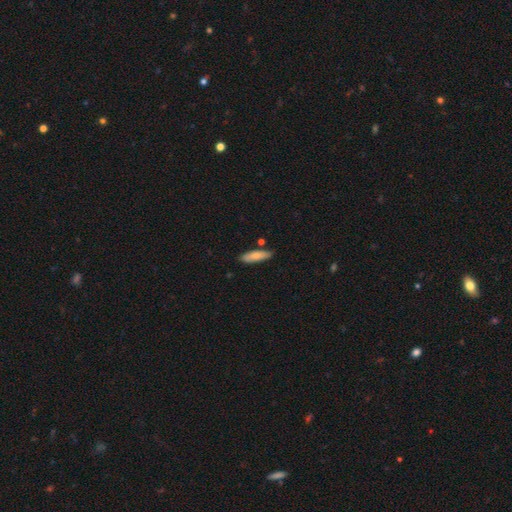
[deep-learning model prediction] This appears to be a smooth galaxy with no disk features (79%) that is cigar-shaped (57%). Merging: none (80%).